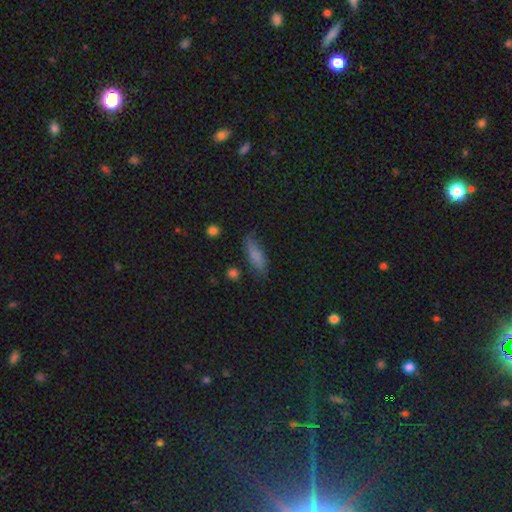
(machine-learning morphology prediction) type=smooth (77%); roundness=in between (51%); merging=none (69%).